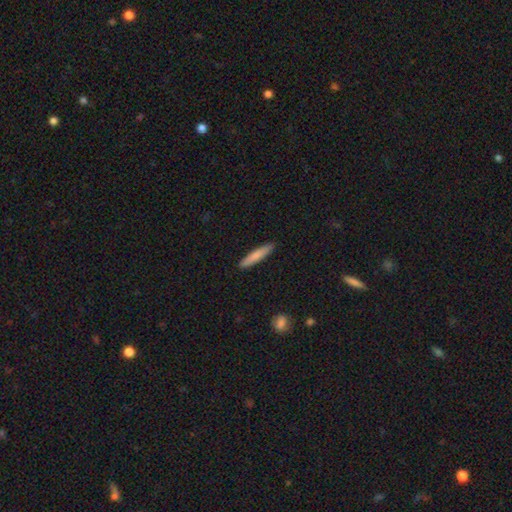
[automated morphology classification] The model was most divided on "smooth or featured": smooth: 79%, featured or disk: 16%, star or artifact: 6%. More confident: how rounded — cigar-shaped (91%); merging — none (90%).